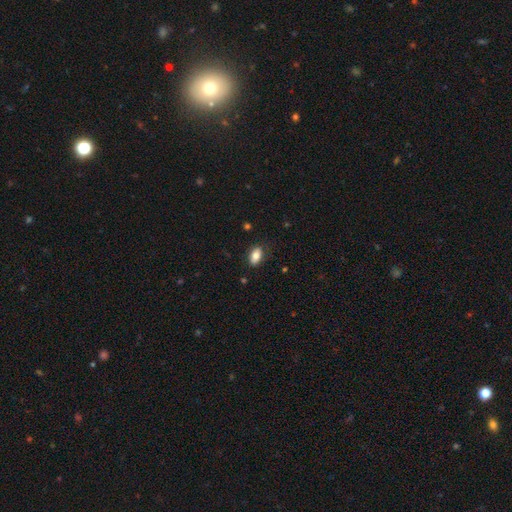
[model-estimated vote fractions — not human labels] smooth 80%, featured or disk 12%, star or artifact 8%. Down the decision tree: how rounded — in between (90%); merging — none (83%).